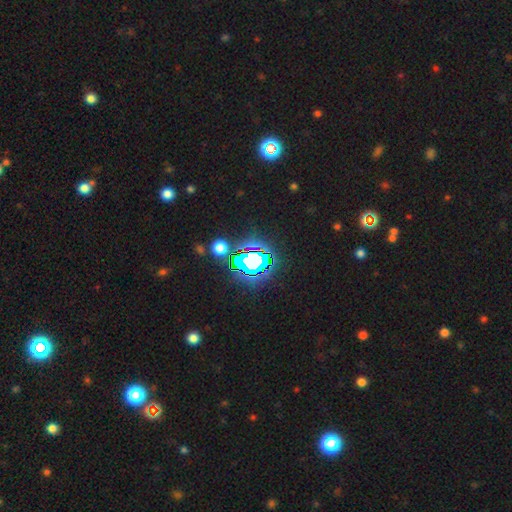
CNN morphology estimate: Smooth or featured? Predicted: star or artifact (p=0.69).